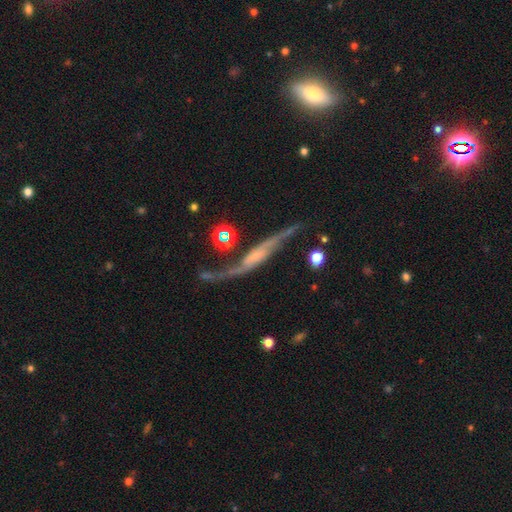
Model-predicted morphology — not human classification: type=featured or disk (83%); edge-on=no (60%); merging=none (55%).